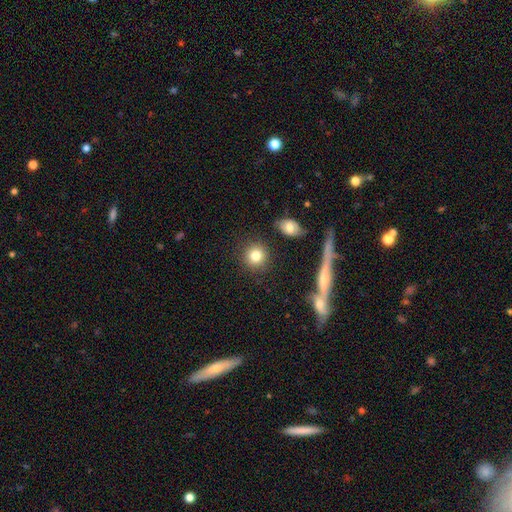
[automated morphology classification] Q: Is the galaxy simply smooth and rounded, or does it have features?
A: smooth — 82%.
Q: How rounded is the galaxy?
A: round — 89%.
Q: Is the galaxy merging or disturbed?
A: none — 86%.